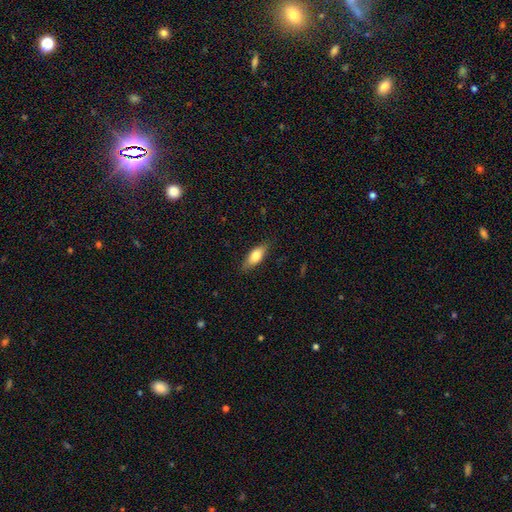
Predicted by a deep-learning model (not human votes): Overall: smooth (77%). How rounded: in between (76%). Merging: none (83%).